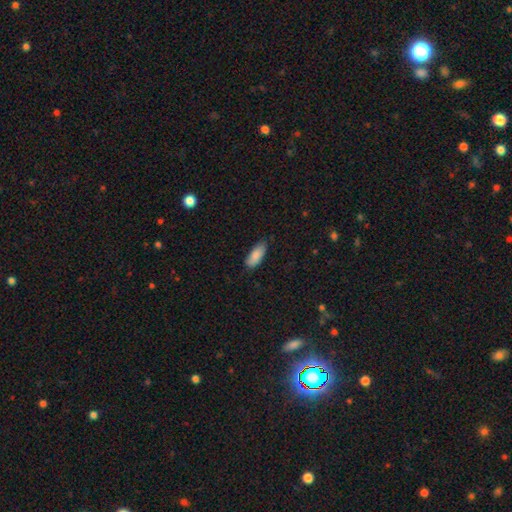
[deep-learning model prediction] This appears to be a smooth galaxy with no disk features (87%) that is in between round and cigar-shaped (78%). Merging: none (78%).